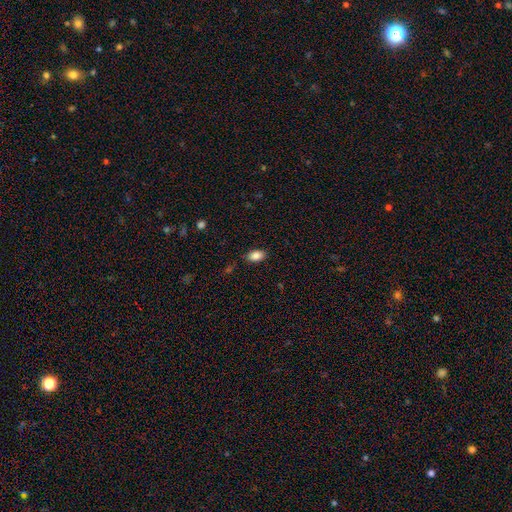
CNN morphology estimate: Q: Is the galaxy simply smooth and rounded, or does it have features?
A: smooth — 87%.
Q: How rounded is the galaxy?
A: in between — 90%.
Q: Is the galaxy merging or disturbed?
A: none — 82%.